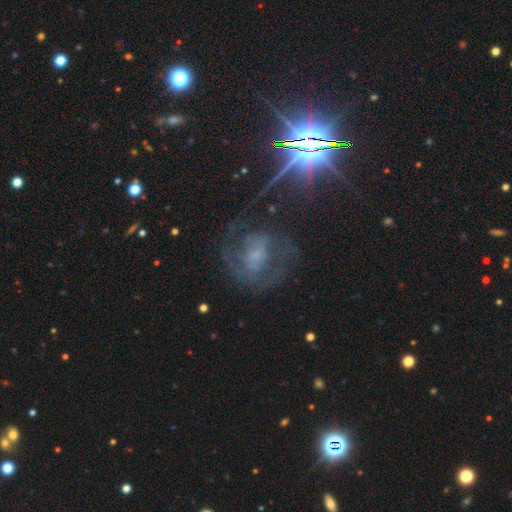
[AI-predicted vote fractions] This appears to be a featured or disk galaxy (61%) with no bar (44%), spiral arms (77%) and a small central bulge (44%). Merging: none (60%).